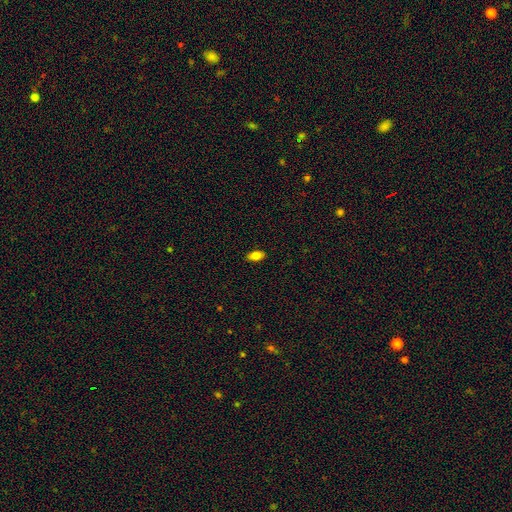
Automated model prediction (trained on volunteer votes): A smooth galaxy with no disk features (84%) that is in between round and cigar-shaped (90%).

Vote fractions:
- Smooth or featured? smooth: 84% / star or artifact: 9% / featured or disk: 8%
- How rounded? in between: 90% / round: 5% / cigar-shaped: 4%
- Merging? none: 88% / minor disturbance: 9% / major disturbance: 2% / merger: 1%